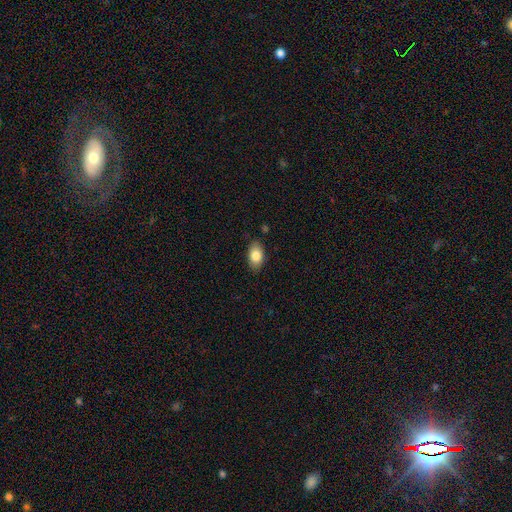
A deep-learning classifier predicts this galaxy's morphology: This appears to be a smooth galaxy with no disk features (83%) that is in between round and cigar-shaped (92%). Merging: none (84%).